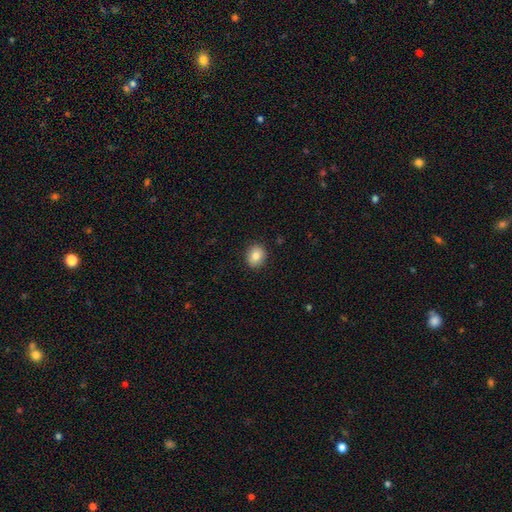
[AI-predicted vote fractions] A smooth galaxy with no disk features (84%) that is round (63%).

Vote fractions:
- Smooth or featured? smooth: 84% / star or artifact: 9% / featured or disk: 8%
- How rounded? round: 63% / in between: 37% / cigar-shaped: 1%
- Merging? none: 89% / minor disturbance: 8% / major disturbance: 2% / merger: 1%